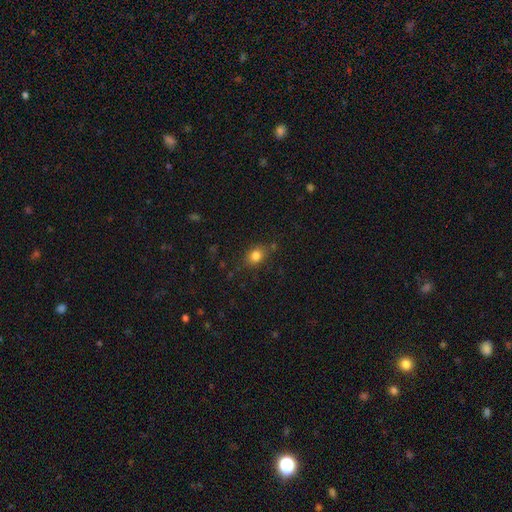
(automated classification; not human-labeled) This appears to be a smooth galaxy with no disk features (82%) that is in between round and cigar-shaped (56%). Merging: none (77%).